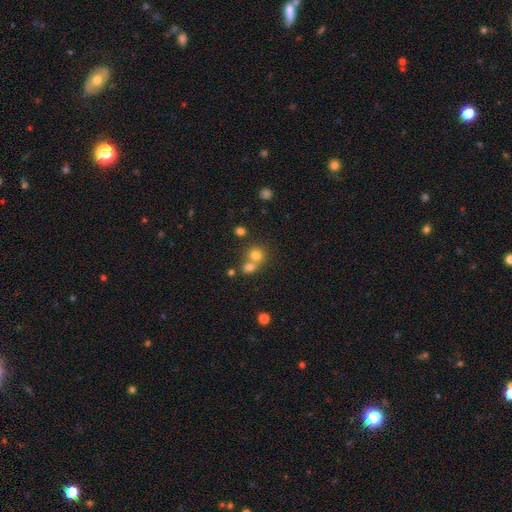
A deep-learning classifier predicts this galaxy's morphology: smooth-or-featured: smooth: 75% | star or artifact: 15% | featured or disk: 10%
  how-rounded: round: 80% | in between: 19% | cigar-shaped: 1%
  merging: merger: 48% | none: 42% | minor disturbance: 6% | major disturbance: 3%